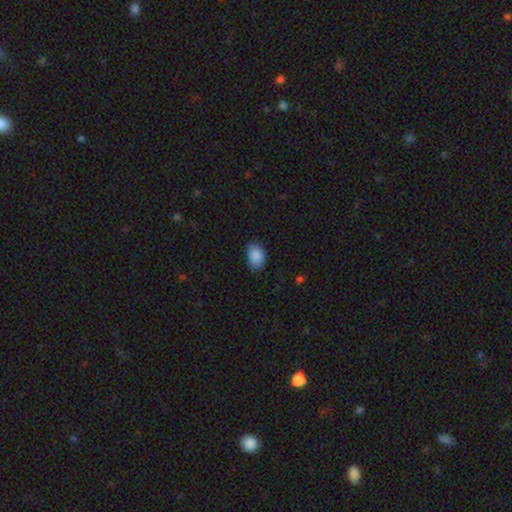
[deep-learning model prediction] Smooth or featured? Predicted: smooth (p=0.88). How rounded? Predicted: in between (p=0.82). Merging? Predicted: none (p=0.70).